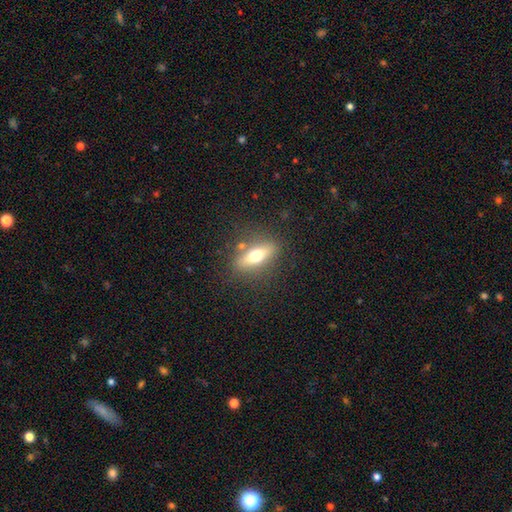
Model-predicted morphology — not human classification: The model was most divided on "smooth or featured": smooth: 55%, featured or disk: 37%, star or artifact: 8%. More confident: merging — none (81%); how rounded — in between (56%).